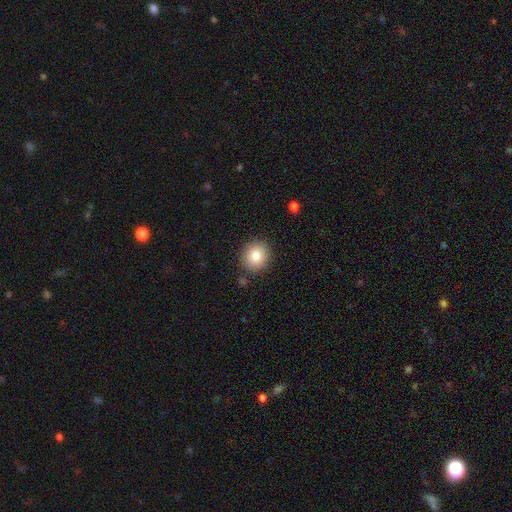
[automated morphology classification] A smooth galaxy with no disk features (83%) that is round (84%). Merging: none (87%).